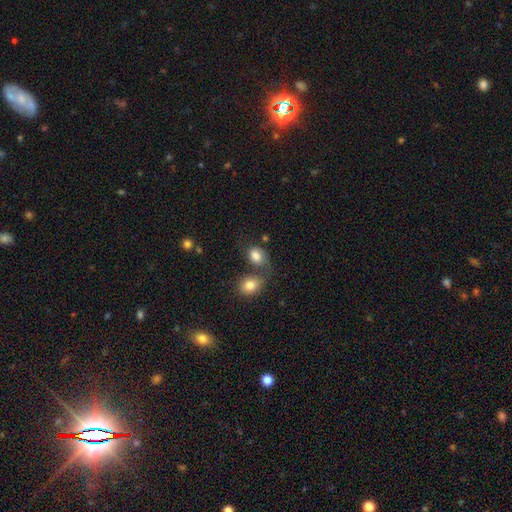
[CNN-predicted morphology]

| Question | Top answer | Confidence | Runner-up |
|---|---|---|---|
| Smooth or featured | smooth | 82% | star or artifact (9%) |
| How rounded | in between | 65% | round (34%) |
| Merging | none | 45% | merger (33%) |